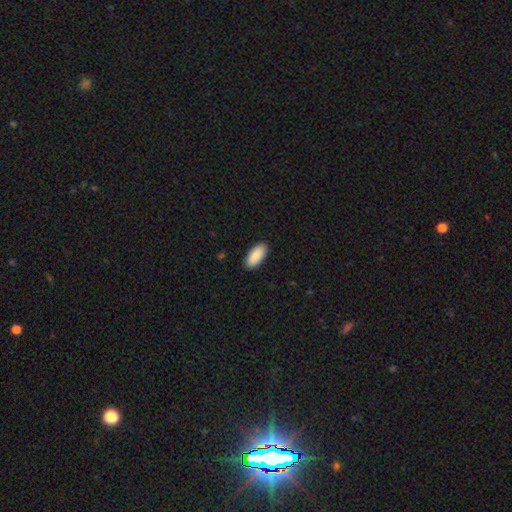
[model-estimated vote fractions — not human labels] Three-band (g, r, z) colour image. It shows a smooth galaxy with no disk features (91%) that is in between round and cigar-shaped (93%). Merging: none (90%).